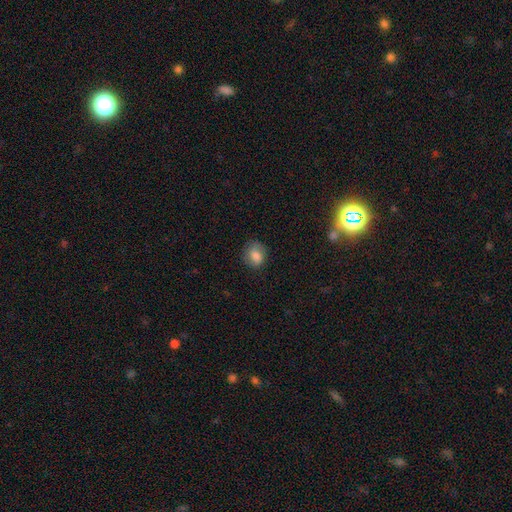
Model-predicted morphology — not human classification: type=smooth (77%); roundness=round (63%); merging=none (70%).